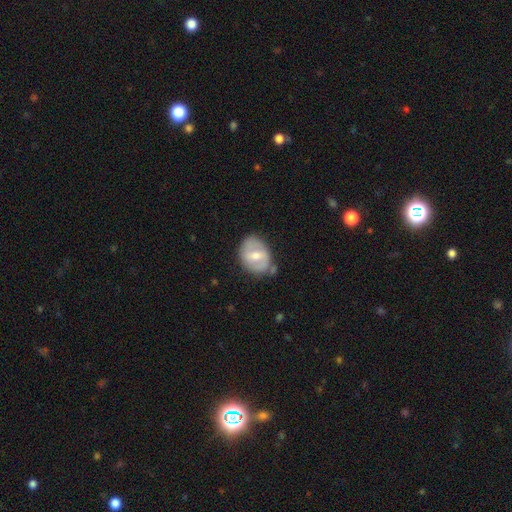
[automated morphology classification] This is possibly a featured or disk galaxy (50%). It is clearly not viewed edge-on (95%). Merging: likely none (64%).